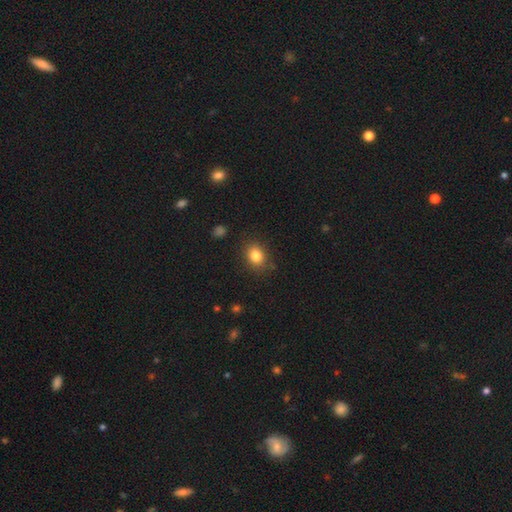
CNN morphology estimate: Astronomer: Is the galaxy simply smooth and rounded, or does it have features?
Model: smooth — 83%.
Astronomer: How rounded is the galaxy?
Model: in between — 52% (runner-up: round, 47%).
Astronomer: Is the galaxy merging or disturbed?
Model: none — 85%.